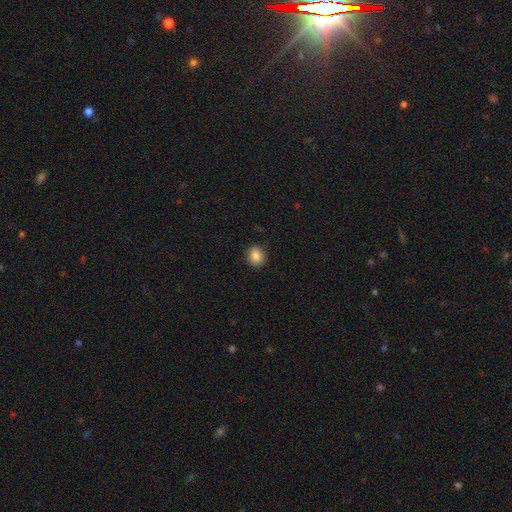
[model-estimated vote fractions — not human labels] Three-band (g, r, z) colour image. It shows a smooth galaxy with no disk features (86%) that is round (61%). Merging: none (86%).